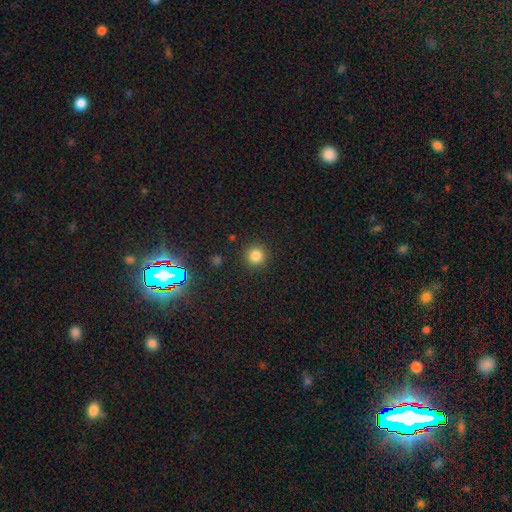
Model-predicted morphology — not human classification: Smooth or featured?
  - smooth: 83% *
  - star or artifact: 13%
  - featured or disk: 4%
How rounded?
  - round: 95% *
  - in between: 5%
  - cigar-shaped: 1%
Merging?
  - none: 90% *
  - minor disturbance: 6%
  - major disturbance: 2%
  - merger: 1%